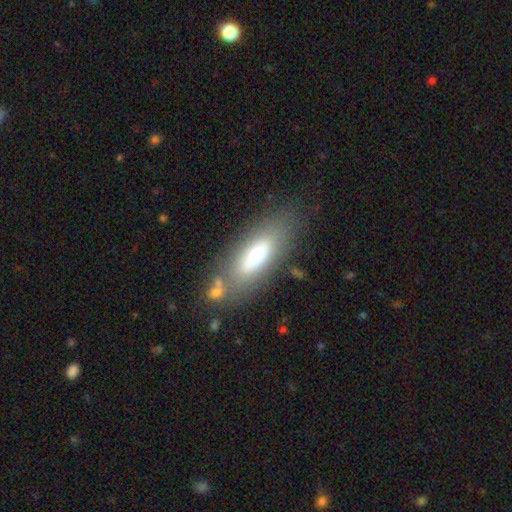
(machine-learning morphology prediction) The model was most divided on "how rounded": in between: 70%, cigar-shaped: 28%, round: 2%. More confident: smooth or featured — smooth (72%); merging — none (71%).